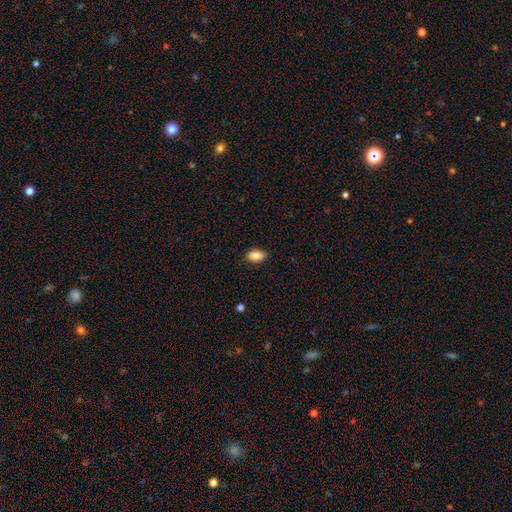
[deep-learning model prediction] Smooth or featured: smooth — 87% (star or artifact — 8%)
How rounded: in between — 90% (round — 7%)
Merging: none — 88% (minor disturbance — 10%)